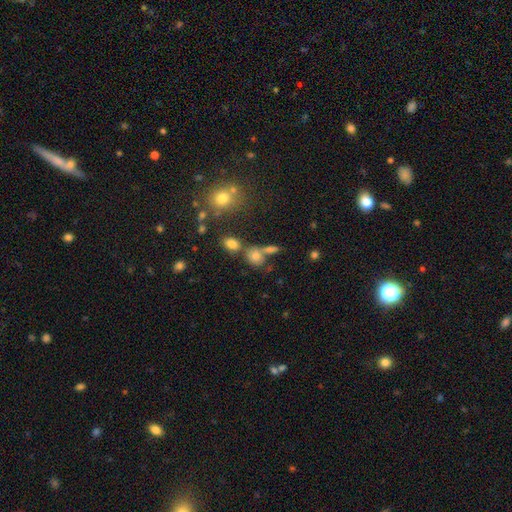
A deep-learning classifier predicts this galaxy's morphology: The model was most divided on "how rounded": round: 58%, in between: 39%, cigar-shaped: 3%. More confident: smooth or featured — smooth (75%); merging — none (51%).